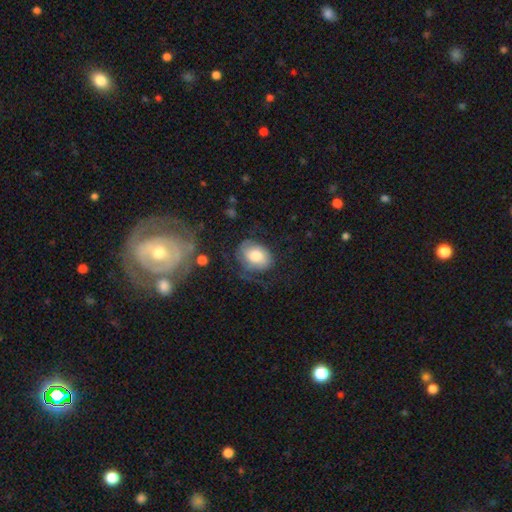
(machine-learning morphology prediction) A smooth galaxy with no disk features (59%) that is in between round and cigar-shaped (68%).

Vote fractions:
- Smooth or featured? smooth: 59% / featured or disk: 33% / star or artifact: 8%
- How rounded? in between: 68% / round: 31% / cigar-shaped: 1%
- Merging? none: 49% / minor disturbance: 26% / major disturbance: 23% / merger: 3%